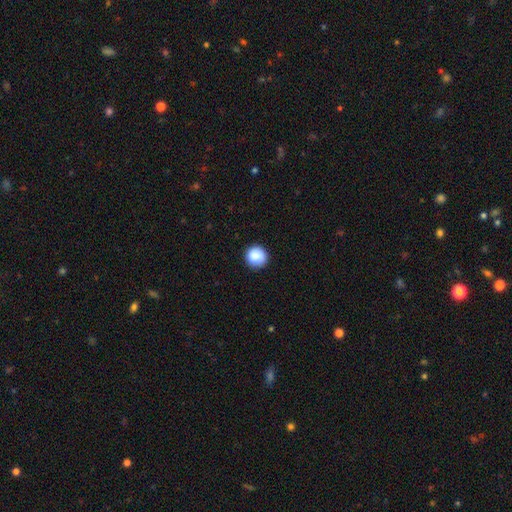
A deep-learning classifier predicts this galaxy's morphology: Smooth or featured?
  - smooth: 87% *
  - star or artifact: 8%
  - featured or disk: 4%
How rounded?
  - round: 93% *
  - in between: 6%
  - cigar-shaped: 1%
Merging?
  - none: 89% *
  - minor disturbance: 8%
  - major disturbance: 2%
  - merger: 1%